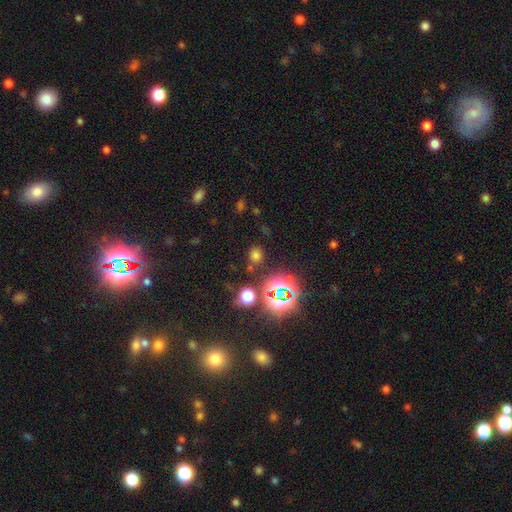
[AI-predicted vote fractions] This is likely a smooth galaxy (60%). How rounded: likely round (74%). Merging: likely none (80%).